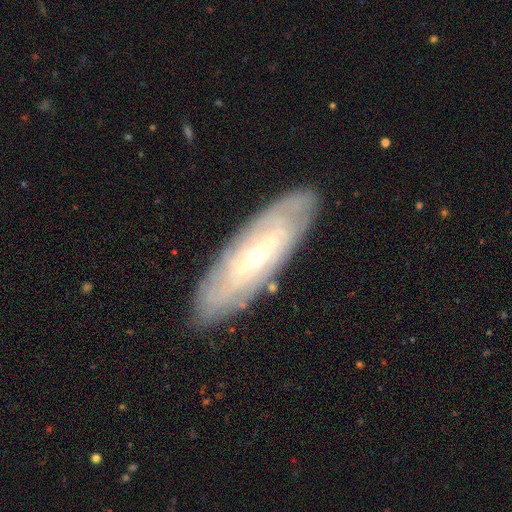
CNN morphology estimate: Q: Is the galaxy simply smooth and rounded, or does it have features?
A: featured or disk — 72%.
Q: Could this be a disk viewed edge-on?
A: no — 78%.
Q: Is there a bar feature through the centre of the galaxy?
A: no — 63%.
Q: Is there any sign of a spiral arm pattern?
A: yes — 72%.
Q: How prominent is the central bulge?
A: moderate — 49%.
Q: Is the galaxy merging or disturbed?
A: none — 86%.